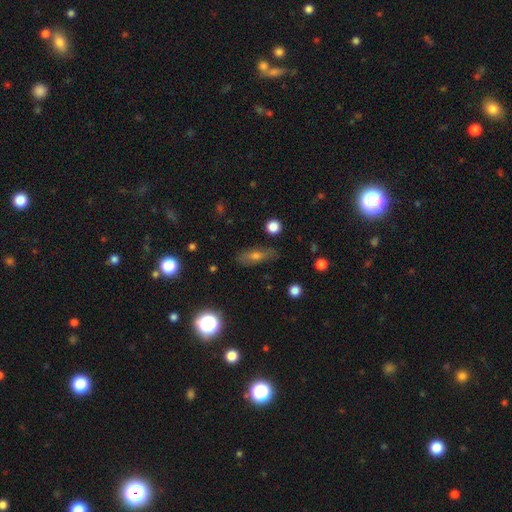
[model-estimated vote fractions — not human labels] Smooth or featured? smooth (57%)
How rounded? in between (59%)
Merging? none (79%)